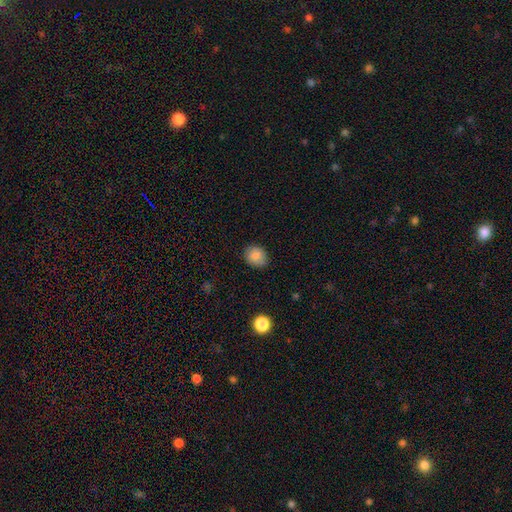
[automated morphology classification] A smooth galaxy with no disk features (85%) that is round (55%). Merging: none (85%).